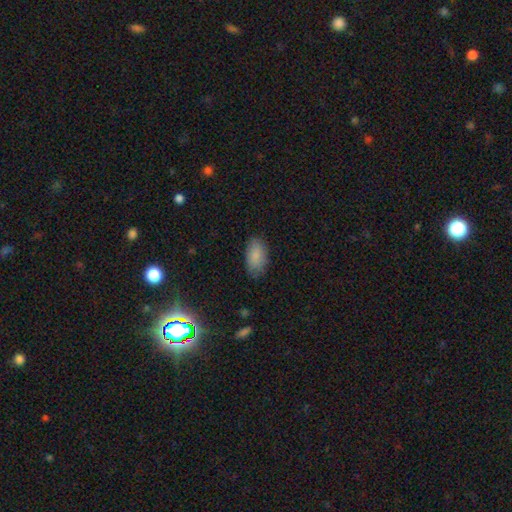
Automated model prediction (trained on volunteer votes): Smooth or featured? Predicted: smooth (p=0.86). How rounded? Predicted: in between (p=0.94). Merging? Predicted: none (p=0.79).